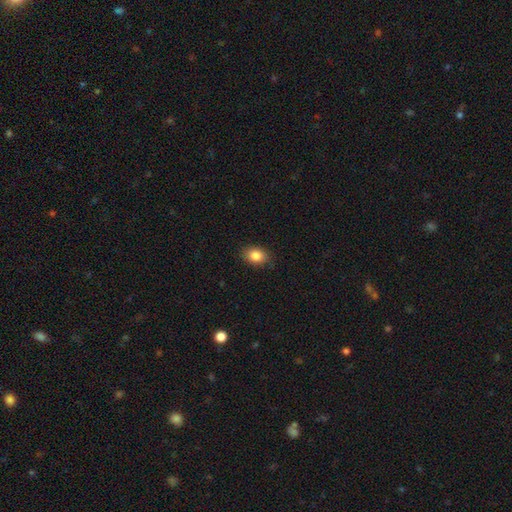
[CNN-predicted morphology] Smooth or featured: smooth — 86% (star or artifact — 8%)
How rounded: in between — 74% (round — 25%)
Merging: none — 87% (minor disturbance — 10%)